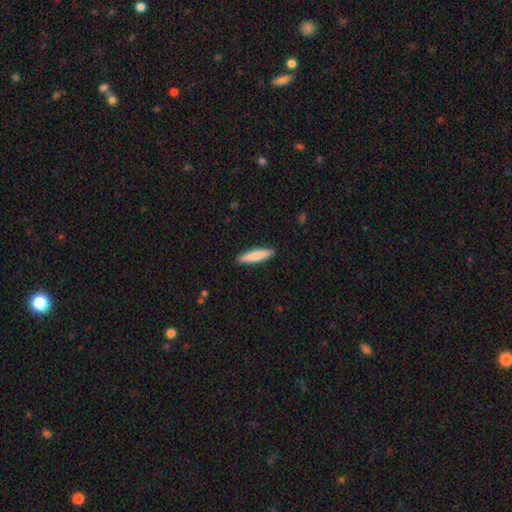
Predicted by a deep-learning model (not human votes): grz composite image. It shows a smooth galaxy with no disk features (82%) that is cigar-shaped (81%). Merging: none (91%).